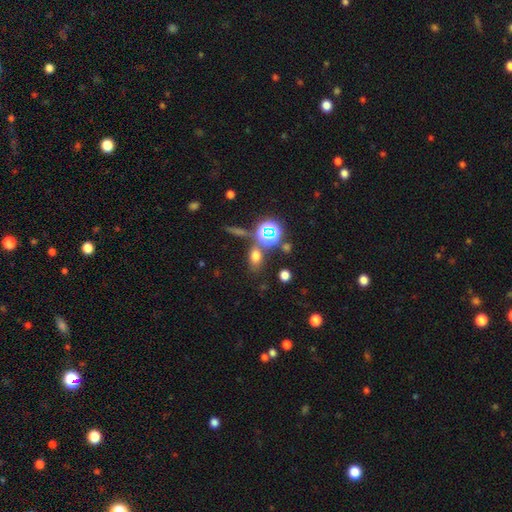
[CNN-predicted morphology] This appears to be a smooth galaxy with no disk features (64%) that is in between round and cigar-shaped (70%). Merging: none (69%).